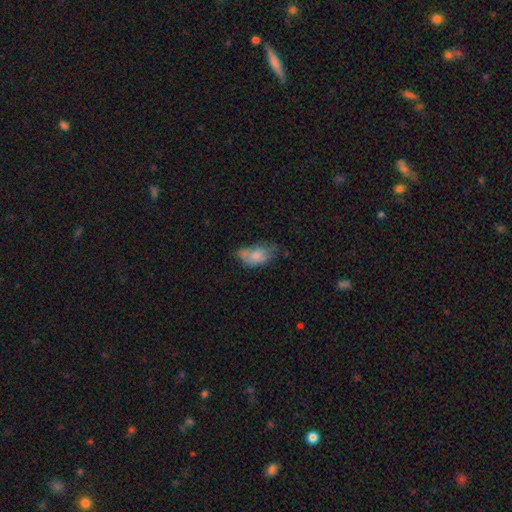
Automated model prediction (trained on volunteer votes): smooth 72%, featured or disk 19%, star or artifact 9%. Down the decision tree: how rounded — in between (91%); merging — none (35%, tied with minor disturbance).